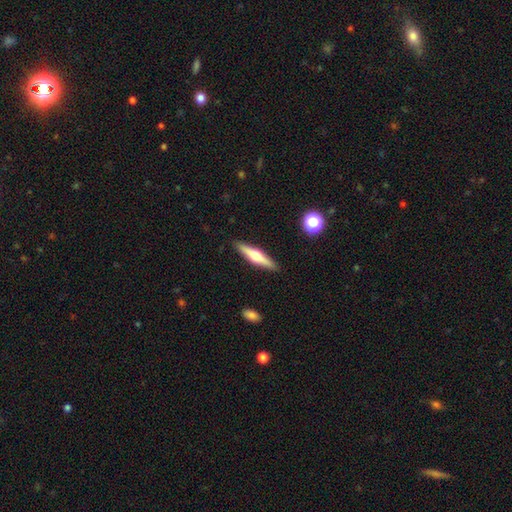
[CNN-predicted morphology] The model was most divided on "smooth or featured": featured or disk: 58%, smooth: 36%, star or artifact: 6%. More confident: edge-on disk — yes (96%); edge-on bulge — rounded (92%); merging — none (90%).